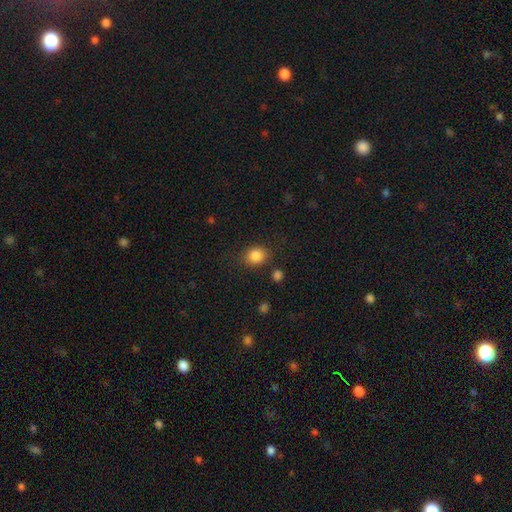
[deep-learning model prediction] Smooth or featured?
  - smooth: 86% *
  - star or artifact: 10%
  - featured or disk: 4%
How rounded?
  - round: 59% *
  - in between: 40%
  - cigar-shaped: 1%
Merging?
  - none: 80% *
  - minor disturbance: 12%
  - major disturbance: 4%
  - merger: 4%